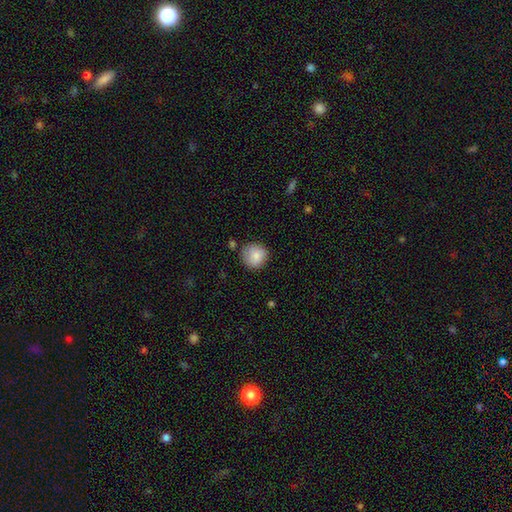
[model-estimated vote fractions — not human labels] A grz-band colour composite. It shows a smooth galaxy with no disk features (85%) that is round (92%). Merging: none (80%).